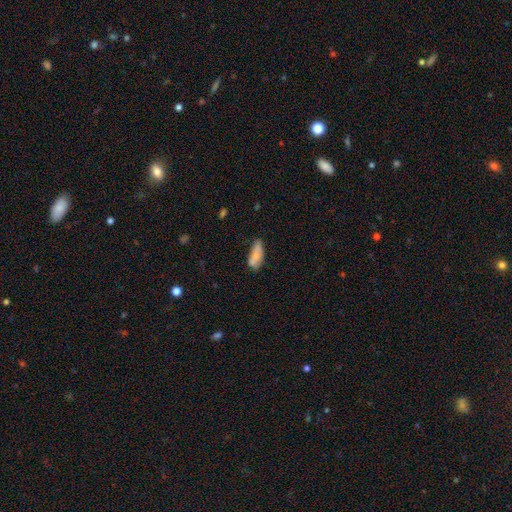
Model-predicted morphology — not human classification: The model was most divided on "merging": none: 55%, minor disturbance: 30%, major disturbance: 8%, merger: 7%. More confident: how rounded — in between (74%); smooth or featured — smooth (72%).